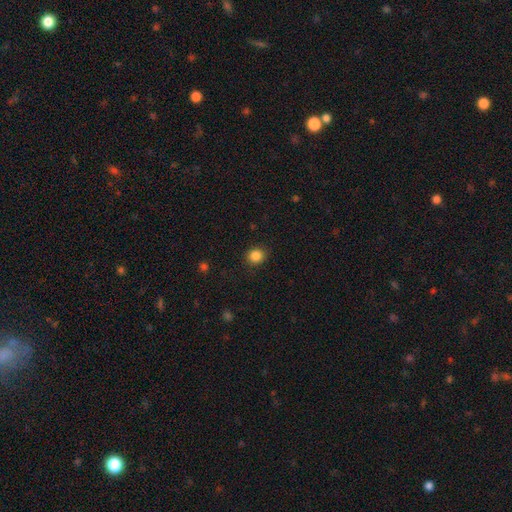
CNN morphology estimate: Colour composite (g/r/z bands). It shows a smooth galaxy with no disk features (86%) that is round (85%). Merging: none (89%).